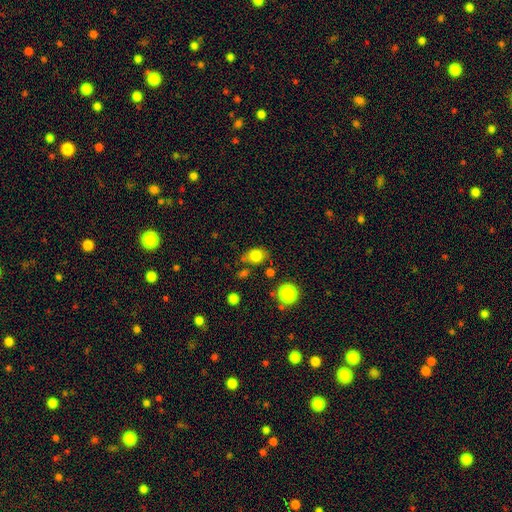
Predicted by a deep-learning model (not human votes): Smooth or featured?
  - smooth: 79% *
  - star or artifact: 12%
  - featured or disk: 9%
How rounded?
  - in between: 54% *
  - round: 45%
  - cigar-shaped: 1%
Merging?
  - none: 65% *
  - minor disturbance: 21%
  - merger: 8%
  - major disturbance: 6%